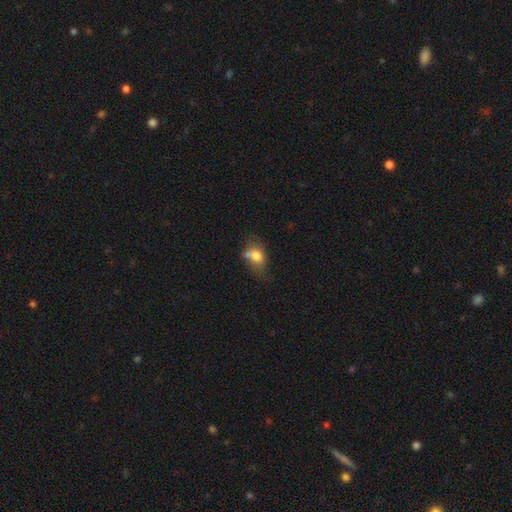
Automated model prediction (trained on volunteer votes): Morphology: type=smooth (75%); roundness=in between (67%); merging=none (42%).